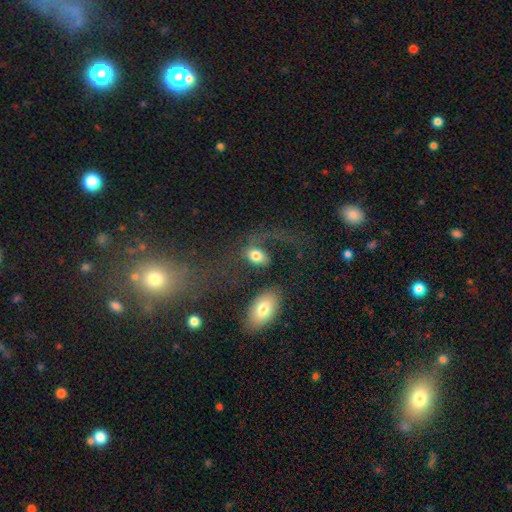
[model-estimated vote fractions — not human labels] This appears to be a smooth galaxy with no disk features (71%) that is in between round and cigar-shaped (77%). Merging: major disturbance (41%).